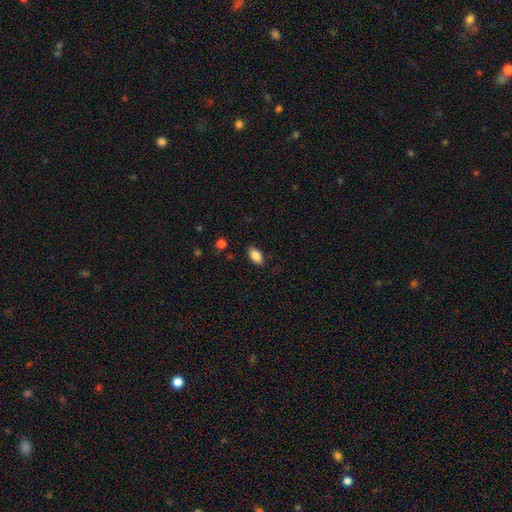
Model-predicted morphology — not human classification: smooth 87%, star or artifact 8%, featured or disk 5%. Down the decision tree: how rounded — in between (93%); merging — none (85%).